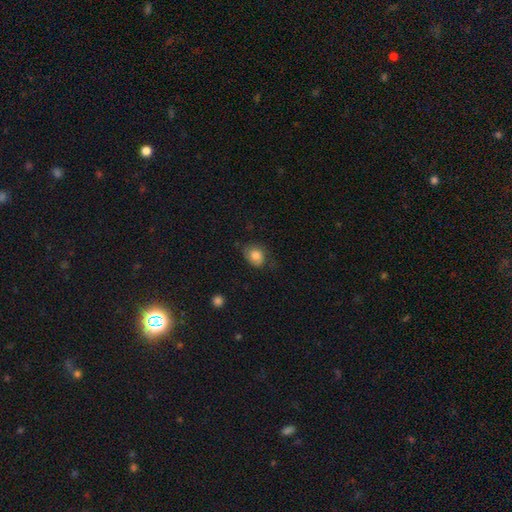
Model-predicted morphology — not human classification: A smooth galaxy with no disk features (80%) that is in between round and cigar-shaped (52%). Merging: none (65%).